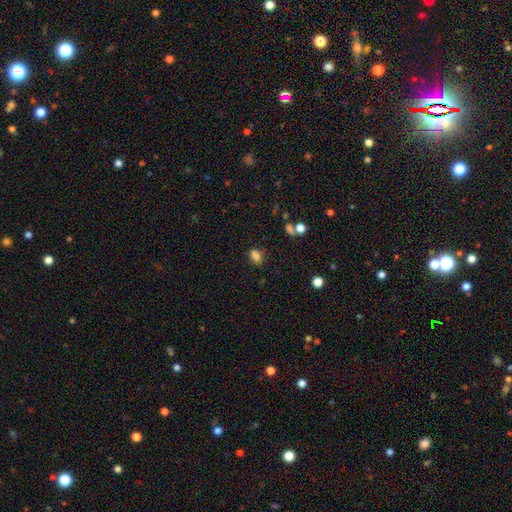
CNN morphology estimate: The model was most divided on "merging": none: 59%, minor disturbance: 19%, merger: 16%, major disturbance: 6%. More confident: smooth or featured — smooth (76%); how rounded — in between (69%).